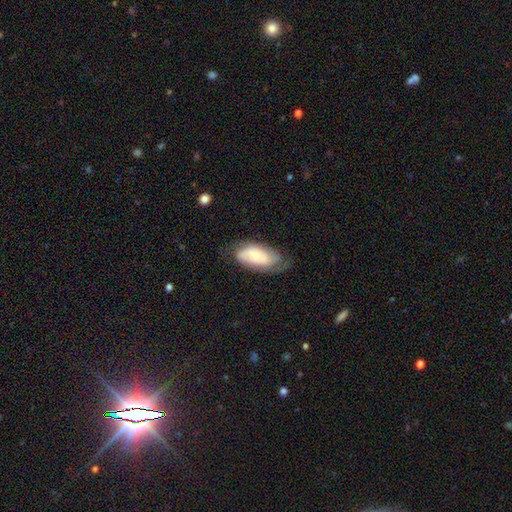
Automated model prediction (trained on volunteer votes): Smooth or featured? Predicted: featured or disk (p=0.58). Edge-on disk? Predicted: no (p=0.93). Bar? Predicted: no (p=0.69). Spiral arms? Predicted: yes (p=0.85). Bulge size? Predicted: small (p=0.51). Merging? Predicted: none (p=0.57).